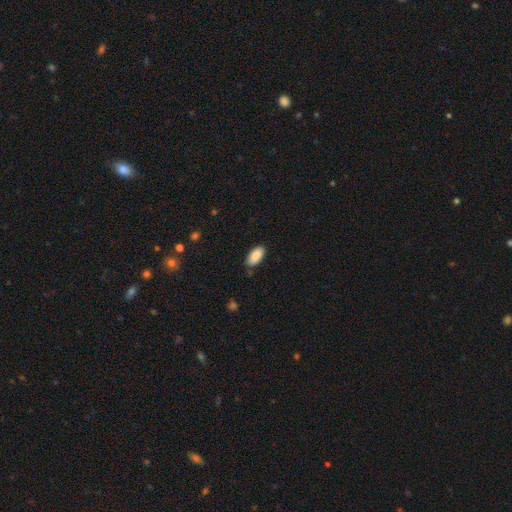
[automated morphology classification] Smooth or featured? smooth (89%)
How rounded? in between (92%)
Merging? none (82%)